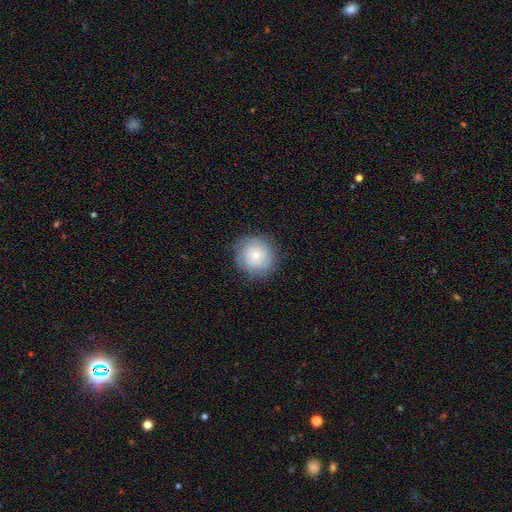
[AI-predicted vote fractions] A smooth galaxy with no disk features (67%) that is round (93%). Merging: none (84%).